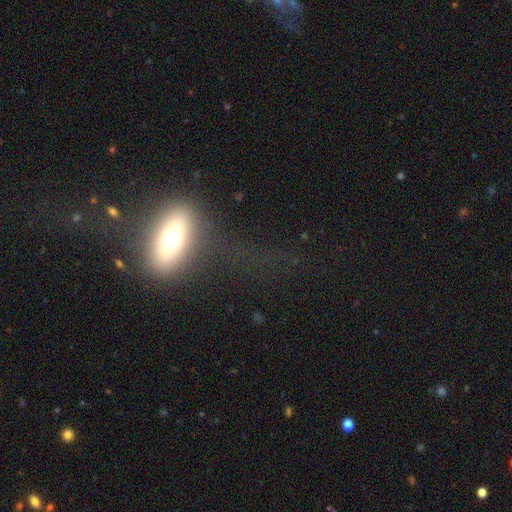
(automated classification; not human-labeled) A smooth galaxy with no disk features (50%) that is in between round and cigar-shaped (67%). Merging: none (48%).